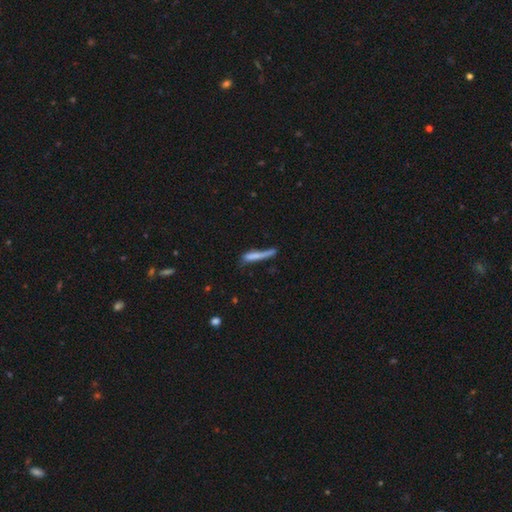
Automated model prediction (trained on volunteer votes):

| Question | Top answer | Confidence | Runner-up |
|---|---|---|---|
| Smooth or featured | smooth | 69% | featured or disk (23%) |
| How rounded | cigar-shaped | 91% | in between (7%) |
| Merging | none | 47% | minor disturbance (28%) |